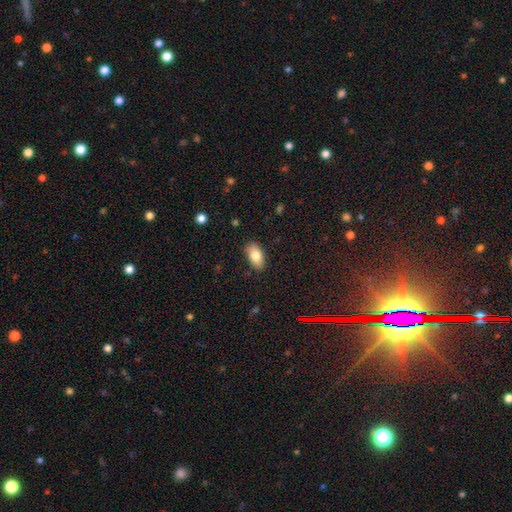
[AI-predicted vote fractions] The model was most divided on "smooth or featured": smooth: 80%, featured or disk: 12%, star or artifact: 7%. More confident: how rounded — in between (92%); merging — none (86%).